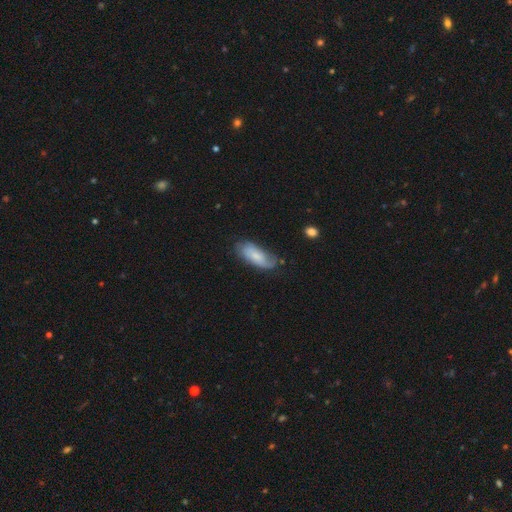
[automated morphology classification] smooth 52%, featured or disk 41%, star or artifact 7%. Down the decision tree: how rounded — in between (83%); merging — none (59%).